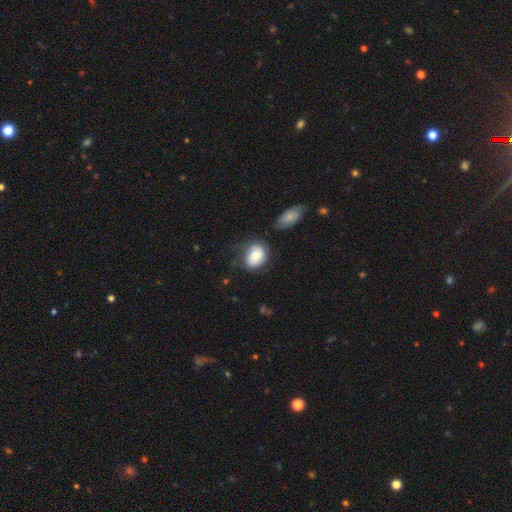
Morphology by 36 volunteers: This appears to be a smooth galaxy with no disk features (58%) that is round (57%). Merging: none (65%).